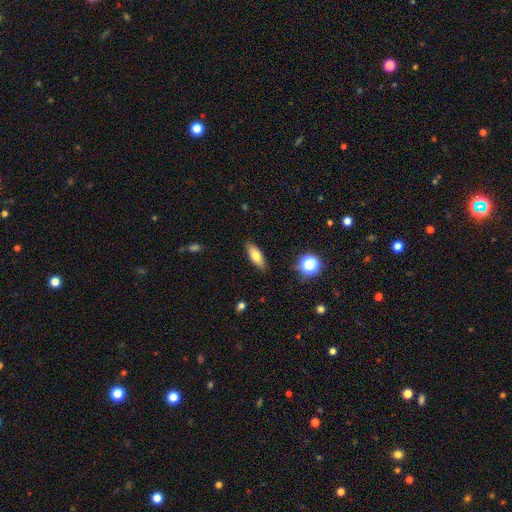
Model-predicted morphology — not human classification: type=smooth (74%); roundness=in between (67%); merging=none (87%).